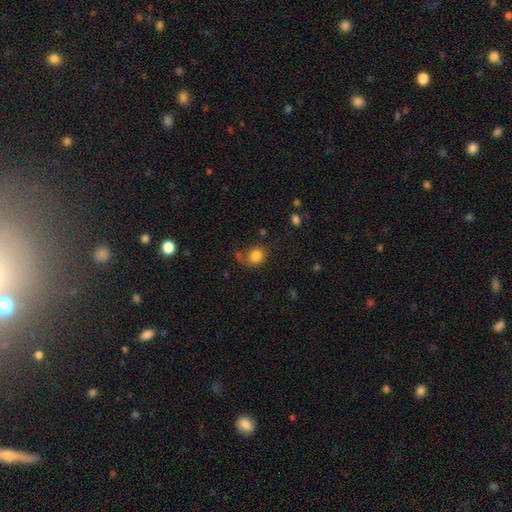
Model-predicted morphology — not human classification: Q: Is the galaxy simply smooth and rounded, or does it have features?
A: smooth — 81%.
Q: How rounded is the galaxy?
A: round — 71%.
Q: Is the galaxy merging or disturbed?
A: none — 54%.